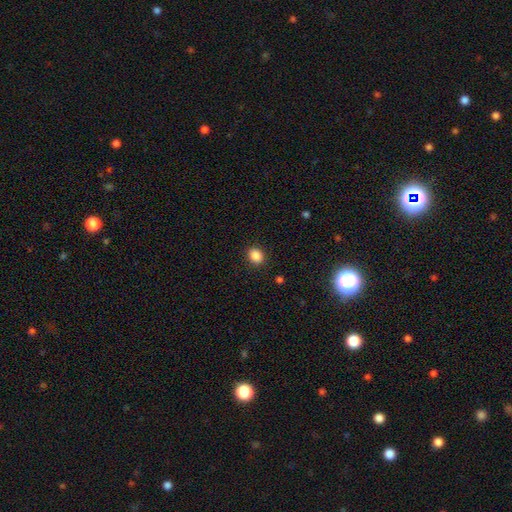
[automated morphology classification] Smooth or featured?
  - smooth: 87% *
  - star or artifact: 10%
  - featured or disk: 3%
How rounded?
  - round: 60% *
  - in between: 39%
  - cigar-shaped: 1%
Merging?
  - none: 89% *
  - minor disturbance: 7%
  - major disturbance: 2%
  - merger: 1%